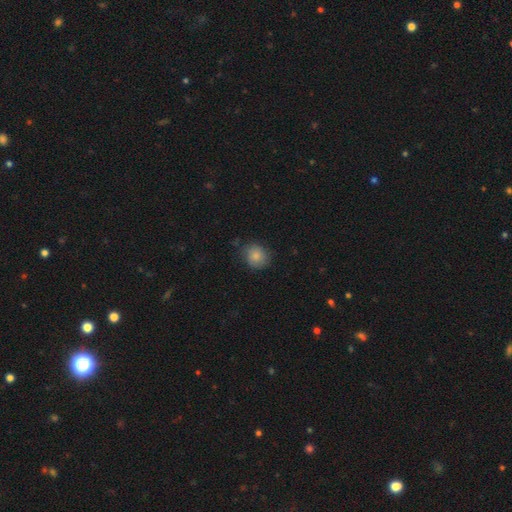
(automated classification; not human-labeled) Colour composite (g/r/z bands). It shows a smooth galaxy with no disk features (83%) that is round (76%). Merging: none (75%).